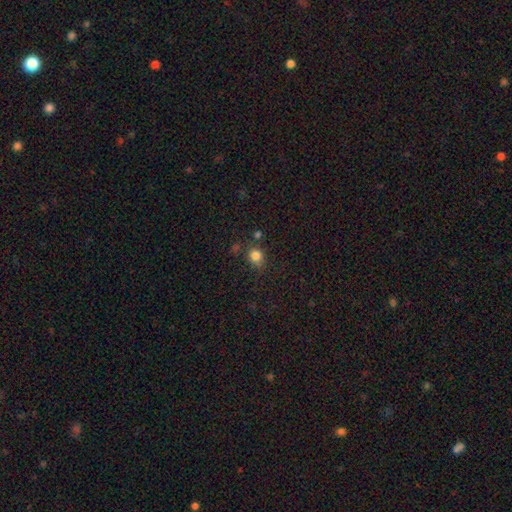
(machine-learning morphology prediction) smooth 81%, star or artifact 13%, featured or disk 5%. Down the decision tree: how rounded — round (76%); merging — none (70%).